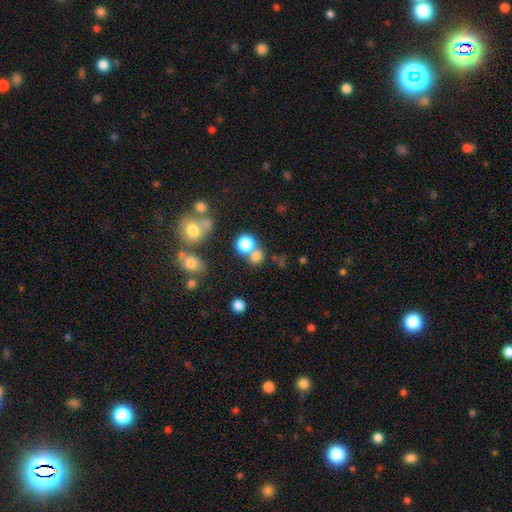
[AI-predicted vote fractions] A smooth galaxy with no disk features (76%) that is round (83%).

Vote fractions:
- Smooth or featured? smooth: 76% / star or artifact: 15% / featured or disk: 9%
- How rounded? round: 83% / in between: 16% / cigar-shaped: 1%
- Merging? none: 49% / merger: 39% / minor disturbance: 8% / major disturbance: 4%